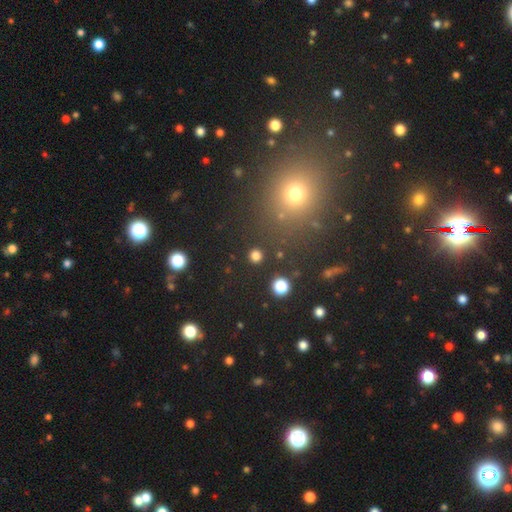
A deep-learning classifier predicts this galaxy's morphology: Smooth or featured?
  - smooth: 79% *
  - star or artifact: 17%
  - featured or disk: 4%
How rounded?
  - round: 92% *
  - in between: 7%
  - cigar-shaped: 1%
Merging?
  - none: 90% *
  - minor disturbance: 5%
  - major disturbance: 3%
  - merger: 2%